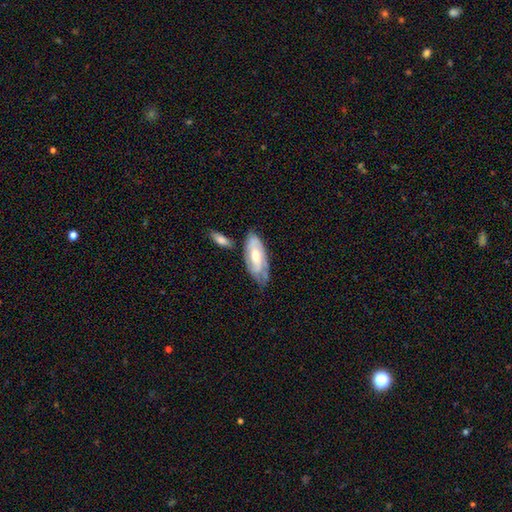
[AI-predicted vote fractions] Q: Smooth or featured?
A: featured or disk (65%); runner-up: smooth (29%)
Q: Edge-on disk?
A: no (89%); runner-up: yes (11%)
Q: Bar?
A: no (43%); tied with: weak (43%)
Q: Spiral arms?
A: yes (85%); runner-up: no (15%)
Q: Bulge size?
A: moderate (64%); runner-up: small (24%)
Q: Merging?
A: none (54%); runner-up: minor disturbance (26%)